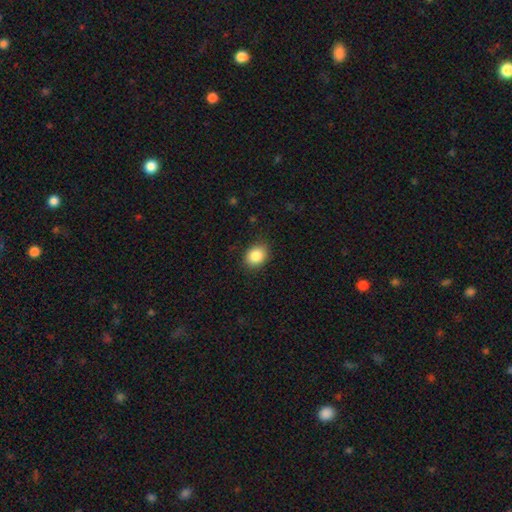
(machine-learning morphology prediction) A smooth galaxy with no disk features (86%) that is in between round and cigar-shaped (53%).

Vote fractions:
- Smooth or featured? smooth: 86% / star or artifact: 9% / featured or disk: 5%
- How rounded? in between: 53% / round: 46% / cigar-shaped: 1%
- Merging? none: 84% / minor disturbance: 12% / major disturbance: 3% / merger: 1%